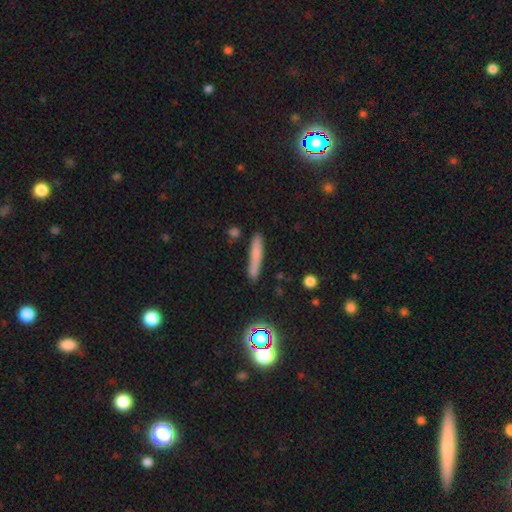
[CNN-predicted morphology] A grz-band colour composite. It shows a smooth galaxy with no disk features (67%) that is cigar-shaped (91%). Merging: none (78%).